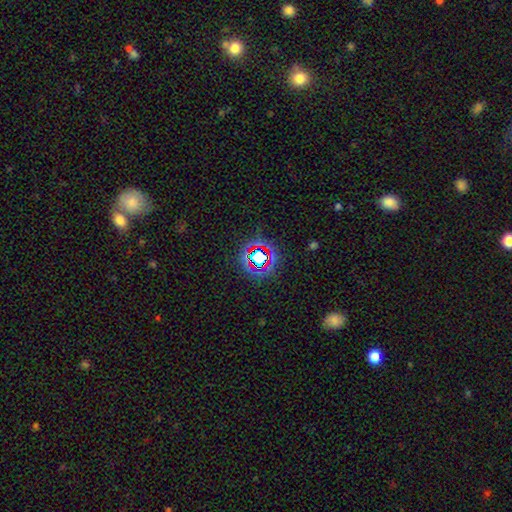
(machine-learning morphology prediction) Q: Smooth or featured?
A: star or artifact (64%); runner-up: smooth (23%)